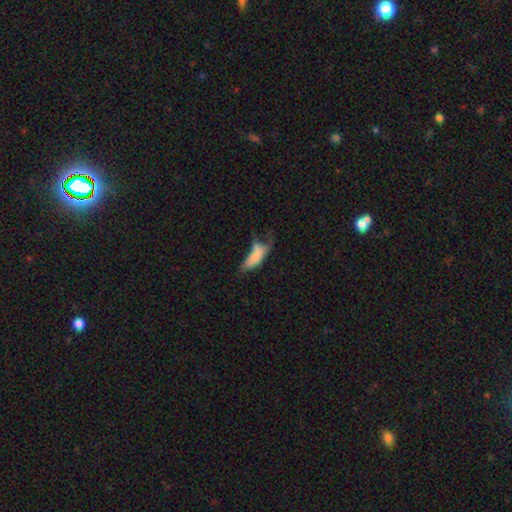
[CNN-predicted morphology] Smooth or featured? smooth (66%)
How rounded? in between (70%)
Merging? major disturbance (34%)